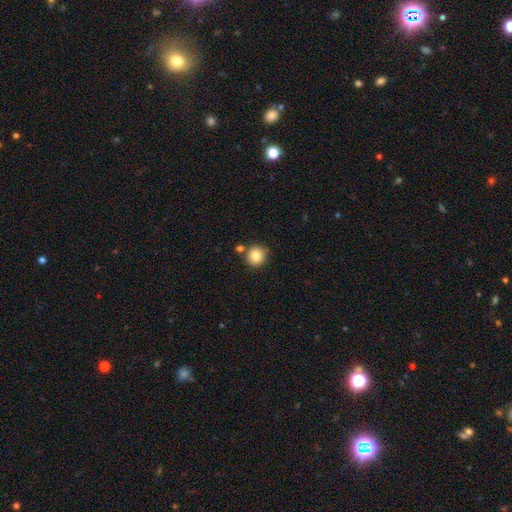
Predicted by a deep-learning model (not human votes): A smooth galaxy with no disk features (84%) that is round (90%). Merging: none (77%).